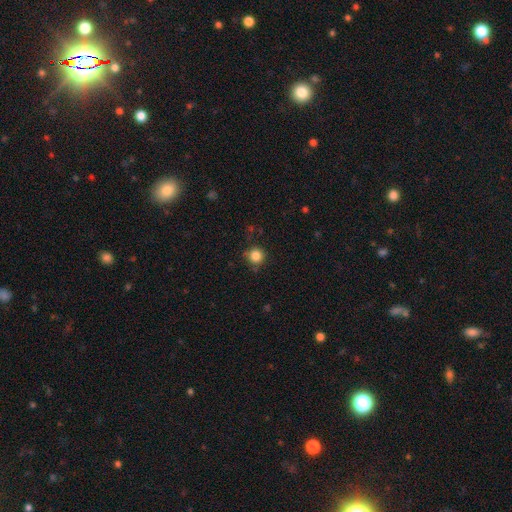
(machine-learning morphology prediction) Smooth or featured? smooth (85%)
How rounded? round (94%)
Merging? none (84%)